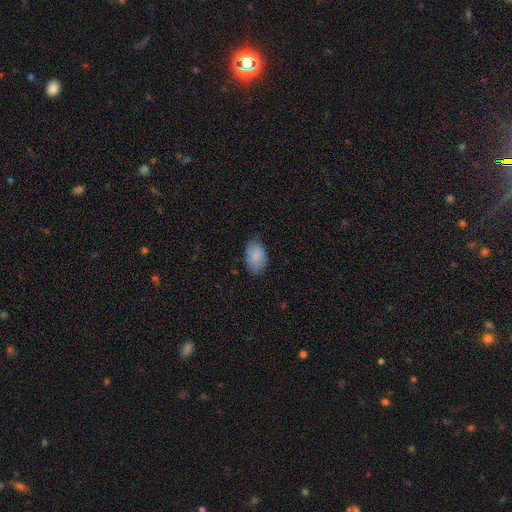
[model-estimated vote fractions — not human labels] A smooth galaxy with no disk features (87%) that is in between round and cigar-shaped (91%). Merging: none (74%).